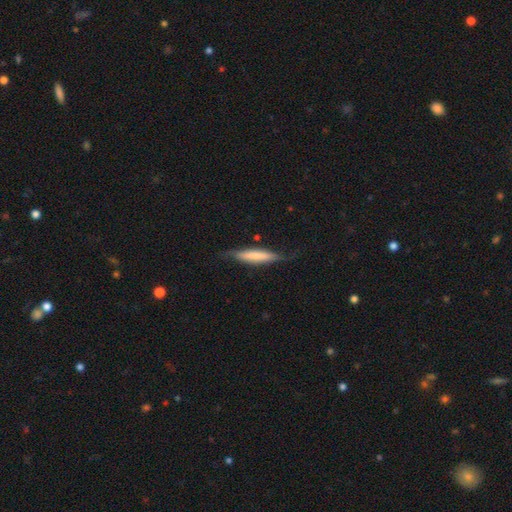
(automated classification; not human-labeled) This appears to be a smooth galaxy with no disk features (60%) that is cigar-shaped (88%). Merging: none (71%).